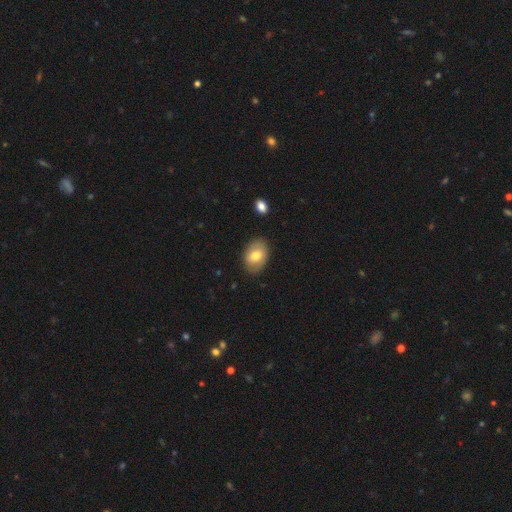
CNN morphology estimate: smooth_or_featured: smooth (p=0.65) [alt: featured or disk p=0.28]
how_rounded: in between (p=0.80) [alt: round p=0.18]
merging: none (p=0.81) [alt: minor disturbance p=0.14]